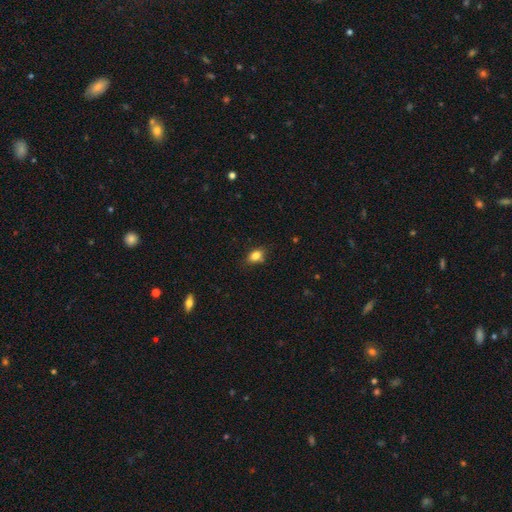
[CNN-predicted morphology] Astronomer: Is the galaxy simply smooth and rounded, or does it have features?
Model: smooth — 82%.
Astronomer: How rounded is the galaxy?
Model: in between — 76%.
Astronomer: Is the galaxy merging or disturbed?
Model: none — 73%.